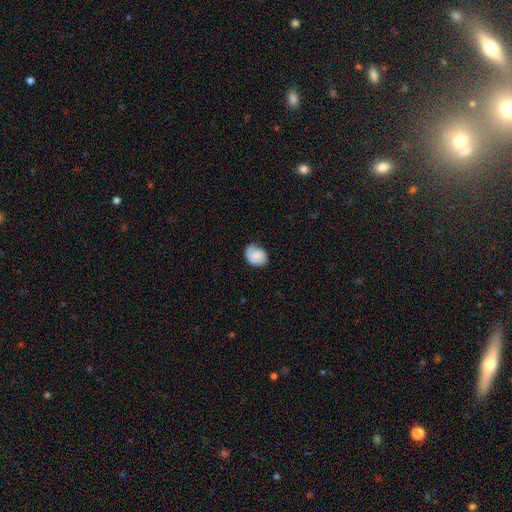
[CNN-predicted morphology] Overall: smooth (72%). How rounded: in between (60%; round 39%). Merging: none (56%; minor disturbance 33%).